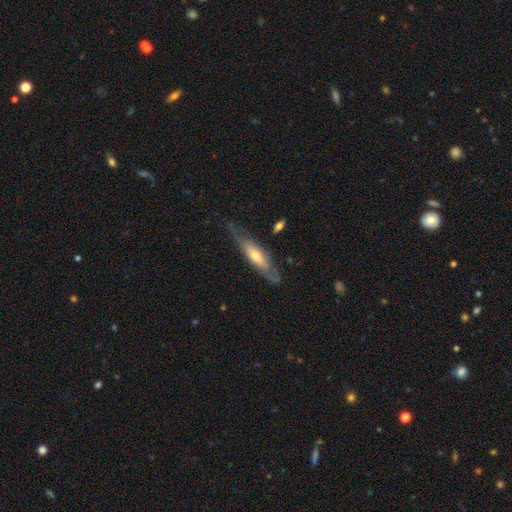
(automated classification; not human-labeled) Smooth or featured: featured or disk — 58% (smooth — 37%)
Edge-on disk: yes — 57% (no — 43%)
Merging: none — 60% (minor disturbance — 26%)